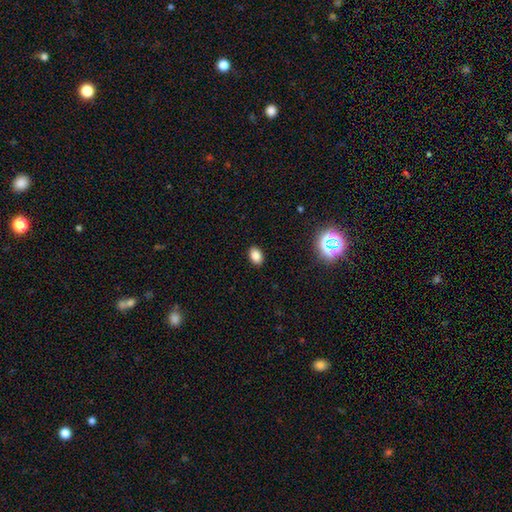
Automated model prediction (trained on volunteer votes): Q: Smooth or featured?
A: smooth (83%); runner-up: star or artifact (12%)
Q: How rounded?
A: in between (82%); runner-up: round (17%)
Q: Merging?
A: none (90%); runner-up: minor disturbance (7%)